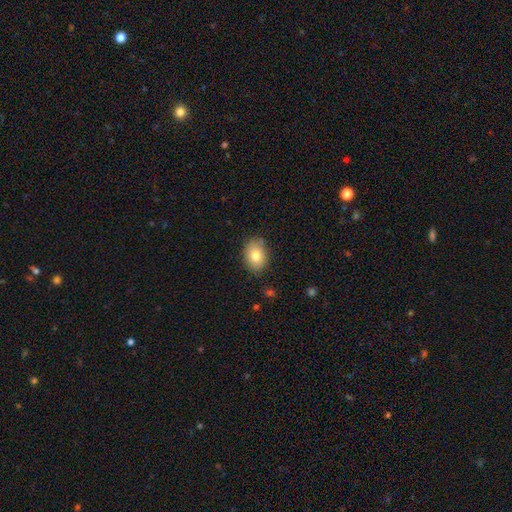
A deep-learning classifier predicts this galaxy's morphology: The model was most divided on "how rounded": in between: 71%, round: 28%, cigar-shaped: 1%. More confident: merging — none (82%); smooth or featured — smooth (80%).